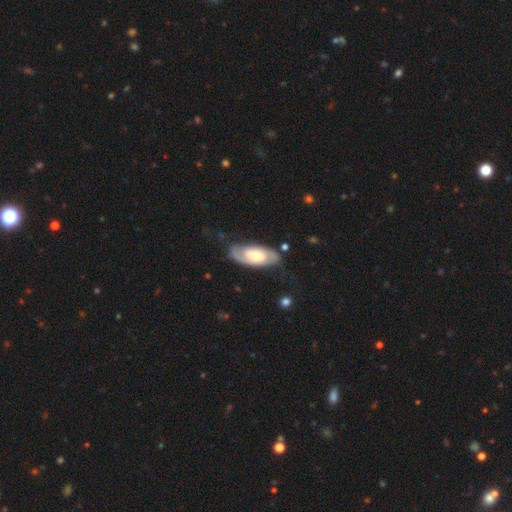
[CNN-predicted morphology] type=featured or disk (72%); edge-on=no (92%); bar=no (45%); spiral arms=yes (90%); winding=tight (42%, tied with medium); arm count=2 (78%); bulge=moderate (48%); merging=none (71%).